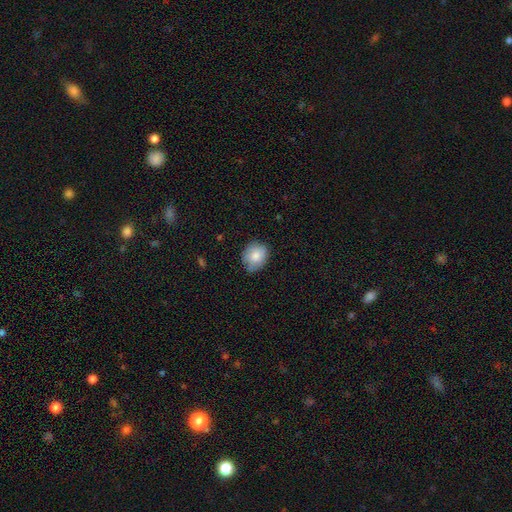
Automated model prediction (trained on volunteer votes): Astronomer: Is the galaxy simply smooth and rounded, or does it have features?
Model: smooth — 83%.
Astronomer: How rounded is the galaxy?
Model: round — 57% (runner-up: in between, 42%).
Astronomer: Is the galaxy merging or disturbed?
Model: none — 73%.